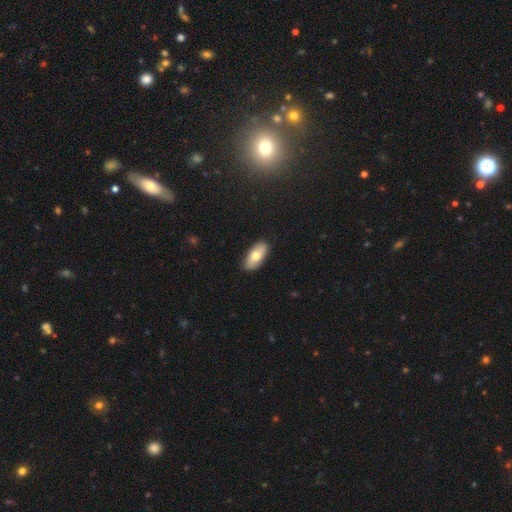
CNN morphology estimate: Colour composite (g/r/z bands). It shows a smooth galaxy with no disk features (73%) that is in between round and cigar-shaped (90%). Merging: none (89%).